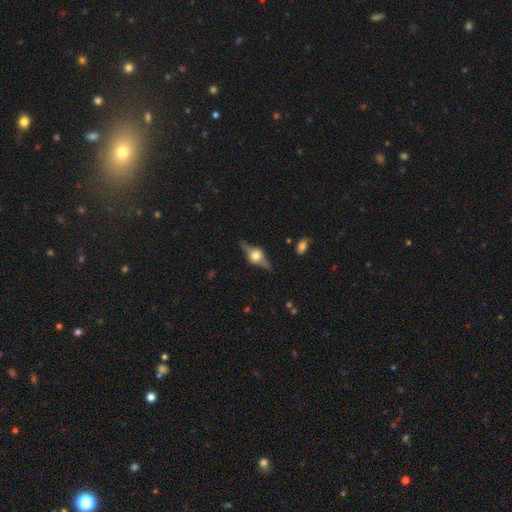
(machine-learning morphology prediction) Overall: featured or disk (80%). Edge-on disk: yes (95%). Edge-on bulge: rounded (93%). Merging: none (82%).